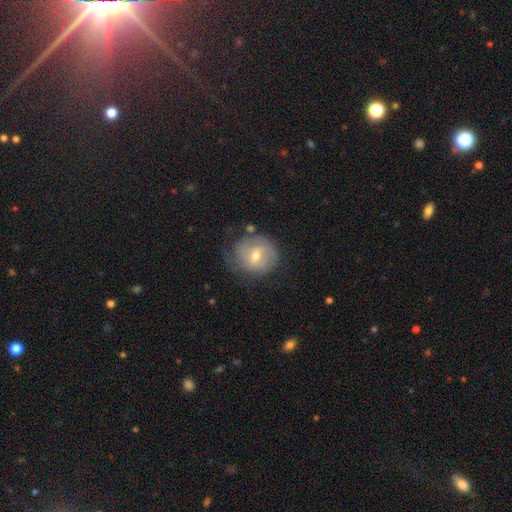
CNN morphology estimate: Smooth or featured: featured or disk — 49% (smooth — 43%)
Merging: none — 64% (minor disturbance — 24%)